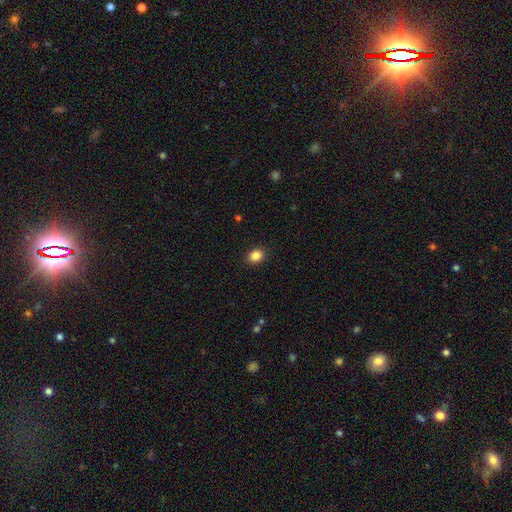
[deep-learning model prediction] Overall: smooth (86%). How rounded: in between (57%; round 42%). Merging: none (89%).